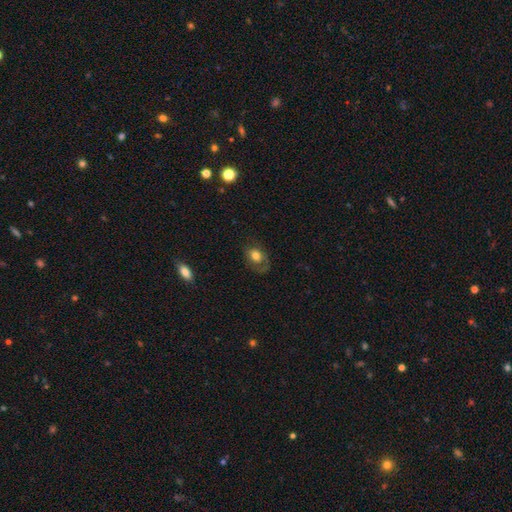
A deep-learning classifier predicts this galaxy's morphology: Smooth or featured: smooth — 62% (featured or disk — 28%)
How rounded: in between — 61% (round — 38%)
Merging: none — 55% (minor disturbance — 23%)